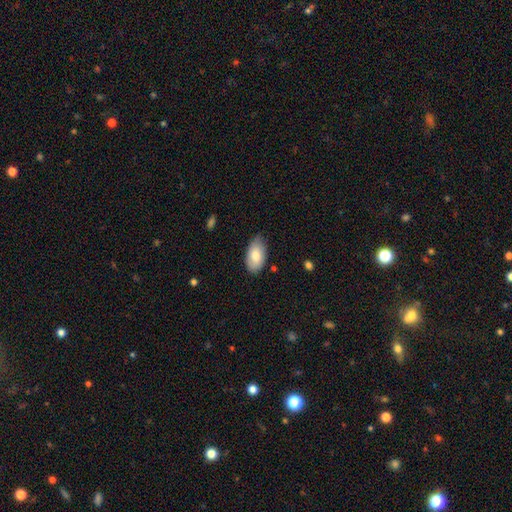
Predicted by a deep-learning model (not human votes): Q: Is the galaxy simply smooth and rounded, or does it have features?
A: smooth — 76%.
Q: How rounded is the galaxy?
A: in between — 94%.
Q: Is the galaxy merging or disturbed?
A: none — 71%.